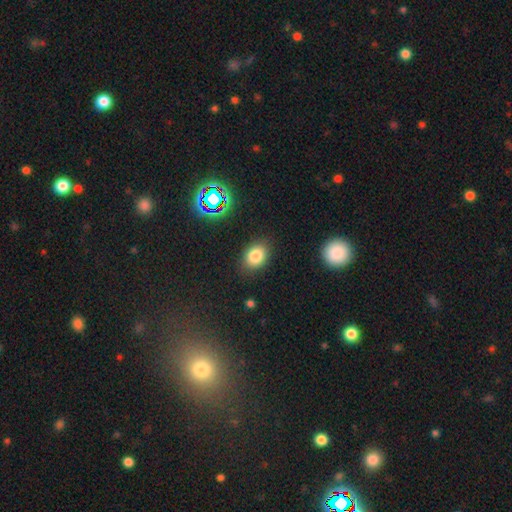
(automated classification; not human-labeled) smooth_or_featured: smooth (p=0.80) [alt: star or artifact p=0.12]
how_rounded: in between (p=0.65) [alt: round p=0.34]
merging: none (p=0.83) [alt: minor disturbance p=0.12]